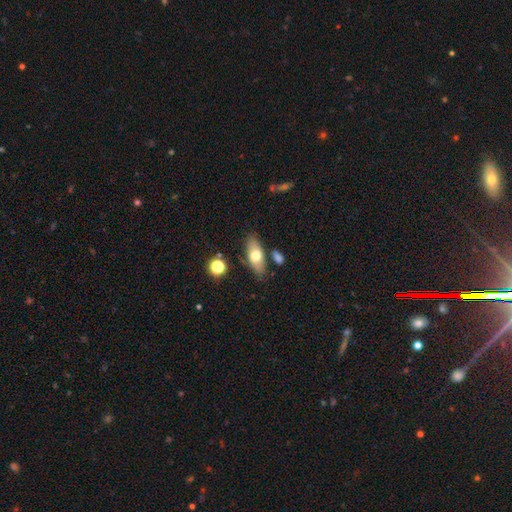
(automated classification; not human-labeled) This is likely a smooth galaxy (65%). How rounded: clearly in between (81%). Merging: likely none (78%).